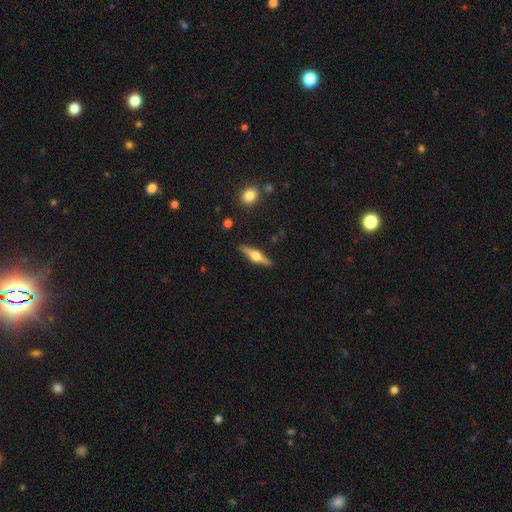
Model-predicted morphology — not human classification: Q: Smooth or featured?
A: featured or disk (66%); runner-up: smooth (28%)
Q: Edge-on disk?
A: yes (97%); runner-up: no (3%)
Q: Edge-on bulge?
A: rounded (94%); runner-up: boxy (4%)
Q: Merging?
A: none (89%); runner-up: minor disturbance (8%)